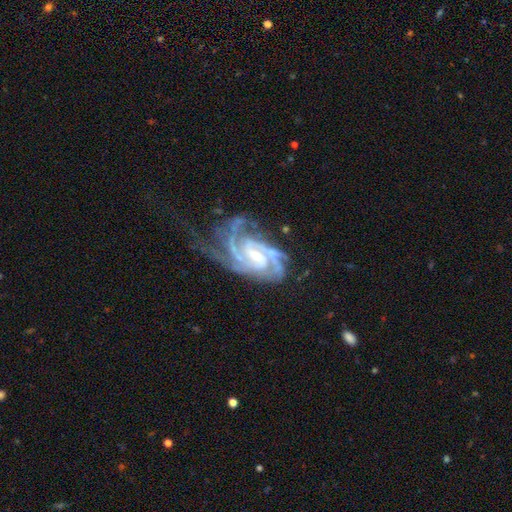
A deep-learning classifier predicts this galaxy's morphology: Smooth or featured?
  - featured or disk: 92% *
  - star or artifact: 5%
  - smooth: 3%
Edge-on disk?
  - no: 97% *
  - yes: 3%
Bar?
  - weak: 49% *
  - no: 28%
  - strong: 23%
Spiral arms?
  - yes: 98% *
  - no: 2%
Spiral winding?
  - tight: 60% *
  - medium: 34%
  - loose: 6%
Spiral arm count?
  - 3: 30% *
  - 2: 25%
  - 4: 17%
  - can't tell: 16%
  - more than 4: 7%
  - 1: 6%
Bulge size?
  - small: 54% *
  - moderate: 39%
  - none: 4%
  - large: 2%
  - dominant: 1%
Merging?
  - none: 49% *
  - minor disturbance: 25%
  - major disturbance: 23%
  - merger: 3%